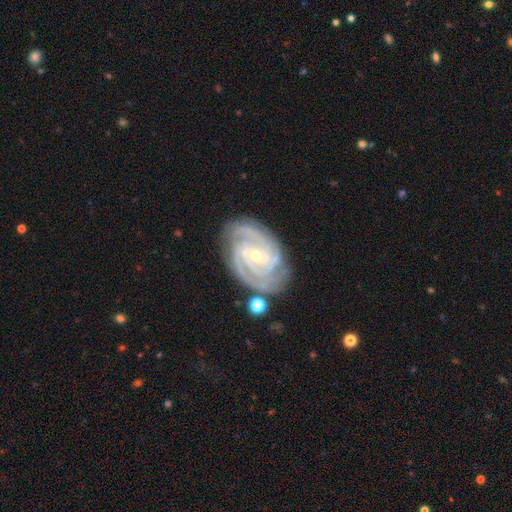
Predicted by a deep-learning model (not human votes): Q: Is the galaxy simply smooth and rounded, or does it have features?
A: featured or disk — 92%.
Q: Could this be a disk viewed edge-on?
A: no — 97%.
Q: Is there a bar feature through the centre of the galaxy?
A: no — 41%.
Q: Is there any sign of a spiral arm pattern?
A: yes — 99%.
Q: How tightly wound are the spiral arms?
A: tight — 77%.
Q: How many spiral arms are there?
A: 3 — 38%.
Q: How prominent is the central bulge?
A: small — 71%.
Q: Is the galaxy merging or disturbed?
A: none — 77%.